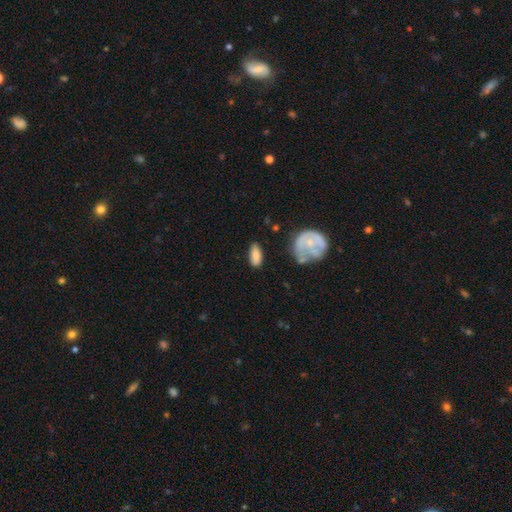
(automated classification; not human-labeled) This appears to be a smooth galaxy with no disk features (80%) that is in between round and cigar-shaped (84%). Merging: none (73%).